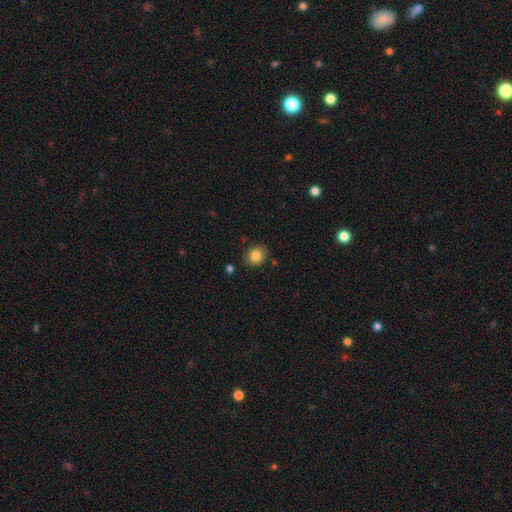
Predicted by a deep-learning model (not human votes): Smooth or featured: smooth — 84% (star or artifact — 10%)
How rounded: round — 68% (in between — 31%)
Merging: none — 85% (minor disturbance — 10%)